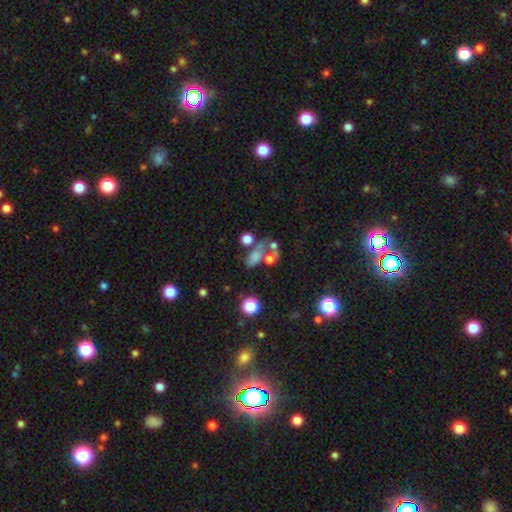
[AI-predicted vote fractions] This is possibly a smooth galaxy (59%). How rounded: likely in between (75%). Merging: marginally merger (36%).